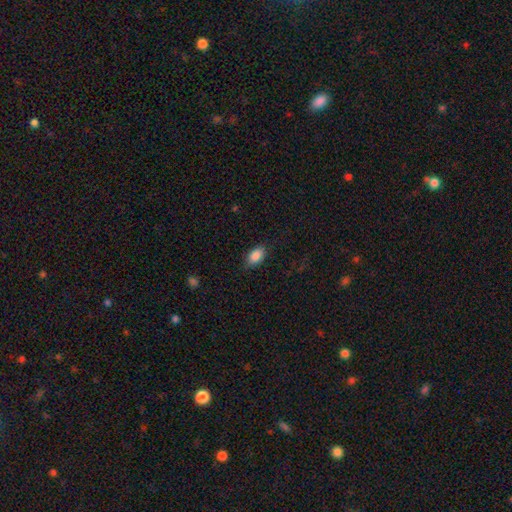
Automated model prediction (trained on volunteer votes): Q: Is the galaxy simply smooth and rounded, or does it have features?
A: smooth — 87%.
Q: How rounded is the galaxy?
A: in between — 90%.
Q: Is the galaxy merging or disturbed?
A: none — 83%.